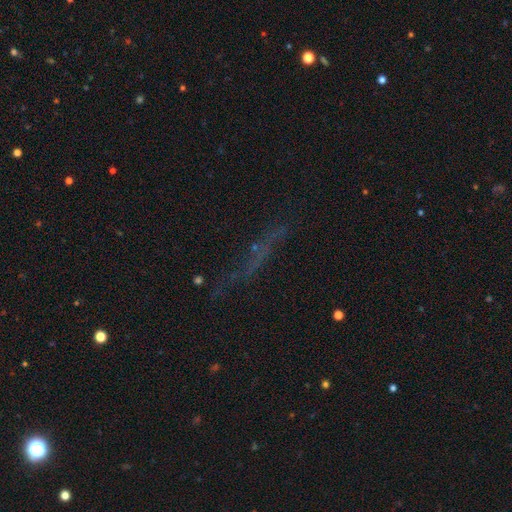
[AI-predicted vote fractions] A star or artifact, not a galaxy (41%).

Vote fractions:
- Smooth or featured? star or artifact: 41% / featured or disk: 34% / smooth: 25%